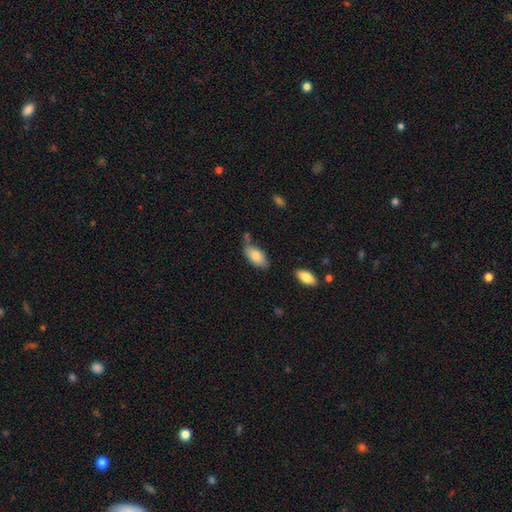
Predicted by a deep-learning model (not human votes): Q: Smooth or featured?
A: smooth (80%); runner-up: featured or disk (13%)
Q: How rounded?
A: in between (93%); runner-up: cigar-shaped (3%)
Q: Merging?
A: none (57%); runner-up: minor disturbance (24%)